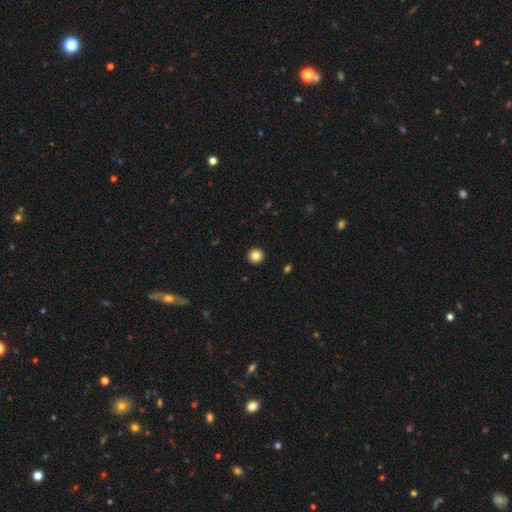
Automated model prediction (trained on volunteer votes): This is clearly a smooth galaxy (84%). How rounded: clearly round (95%). Merging: clearly none (94%).